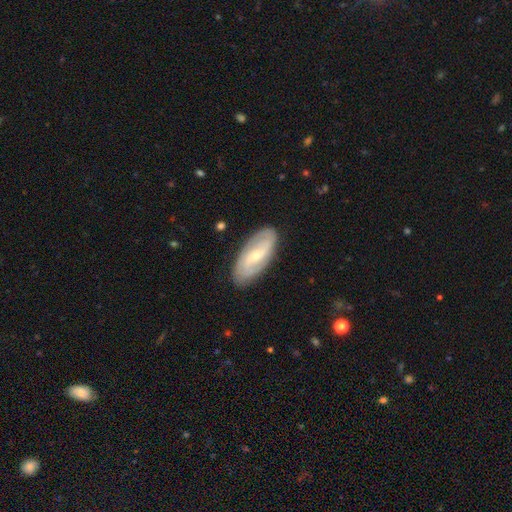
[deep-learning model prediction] Smooth or featured? featured or disk (73%)
Edge-on disk? no (92%)
Bar? weak (42%)
Spiral arms? yes (86%)
Spiral winding? tight (43%)
Spiral arm count? 2 (69%)
Bulge size? small (67%)
Merging? none (85%)